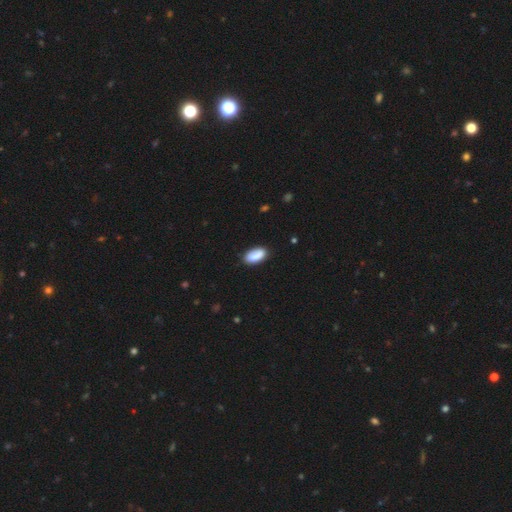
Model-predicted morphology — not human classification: A smooth galaxy with no disk features (83%) that is in between round and cigar-shaped (90%). Merging: none (80%).